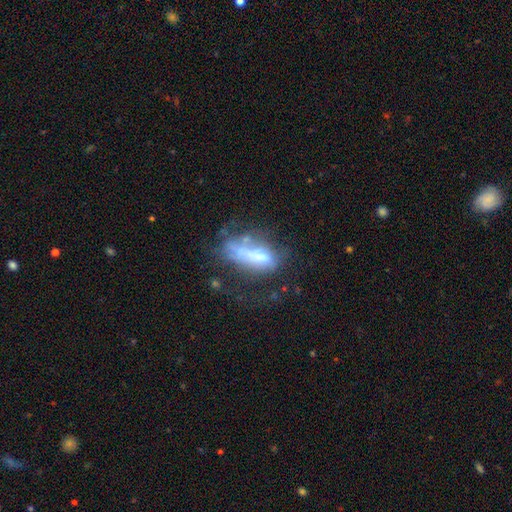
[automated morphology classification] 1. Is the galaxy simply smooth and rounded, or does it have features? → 44% smooth, 43% featured or disk, 13% star or artifact.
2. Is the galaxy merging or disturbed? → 37% major disturbance, 23% none, 21% merger, 19% minor disturbance.